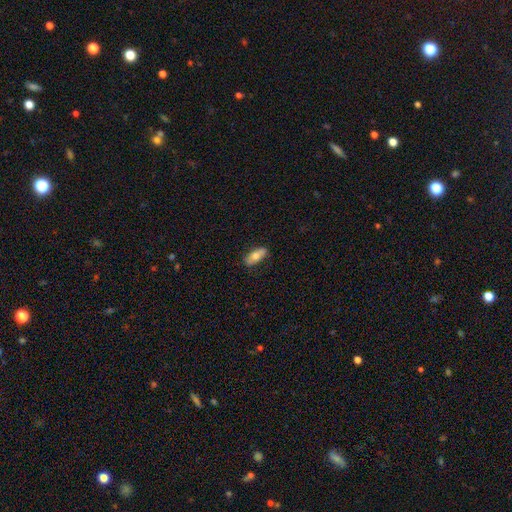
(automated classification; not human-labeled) Smooth or featured?
  - smooth: 70% *
  - featured or disk: 24%
  - star or artifact: 6%
How rounded?
  - in between: 79% *
  - cigar-shaped: 18%
  - round: 3%
Merging?
  - none: 81% *
  - minor disturbance: 15%
  - major disturbance: 3%
  - merger: 1%